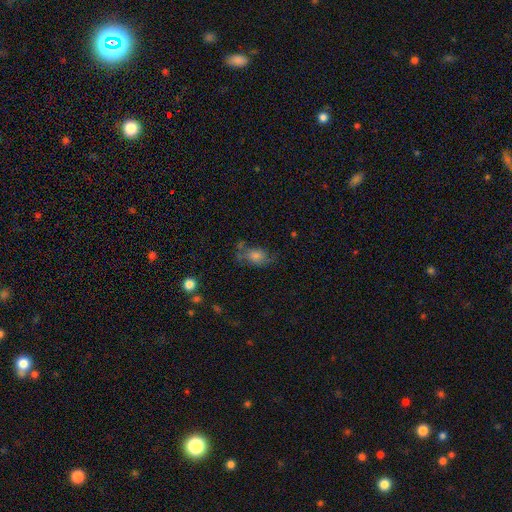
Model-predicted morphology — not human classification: smooth-or-featured: smooth: 55% | featured or disk: 32% | star or artifact: 13%
  how-rounded: in between: 76% | round: 21% | cigar-shaped: 3%
  merging: none: 45% | minor disturbance: 27% | major disturbance: 22% | merger: 6%